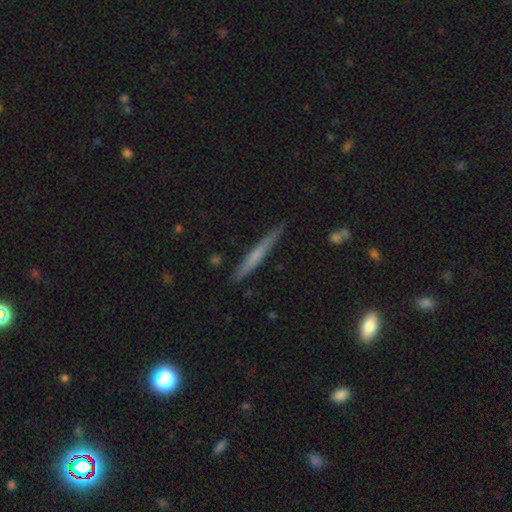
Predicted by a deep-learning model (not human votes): Overall: smooth (51%; featured or disk 43%). How rounded: cigar-shaped (96%). Merging: none (86%).